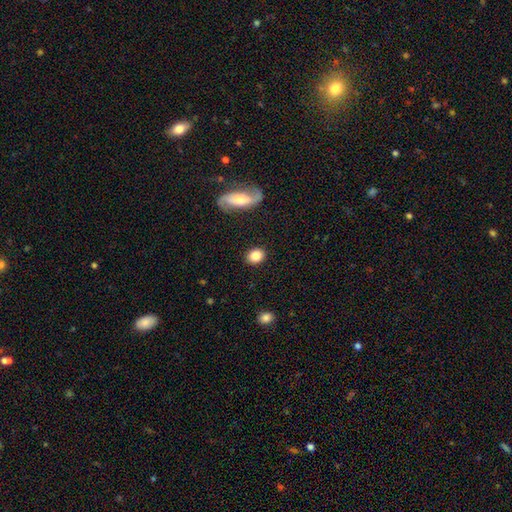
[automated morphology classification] Smooth or featured? Predicted: smooth (p=0.84). How rounded? Predicted: round (p=0.59). Merging? Predicted: none (p=0.88).